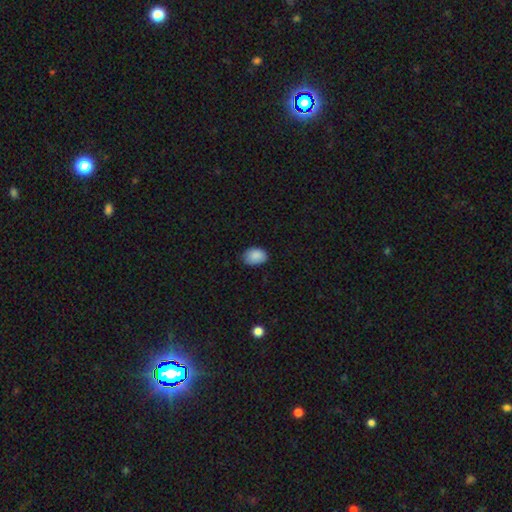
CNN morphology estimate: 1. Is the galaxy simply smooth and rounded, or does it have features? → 88% smooth, 8% star or artifact, 4% featured or disk.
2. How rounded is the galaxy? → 78% in between, 21% round, 1% cigar-shaped.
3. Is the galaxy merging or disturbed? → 76% none, 20% minor disturbance, 3% major disturbance, 1% merger.